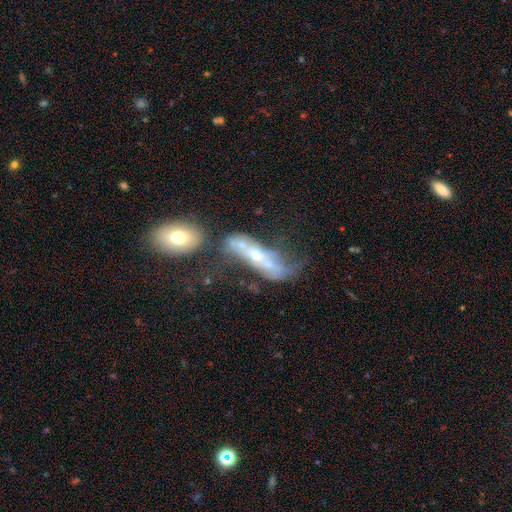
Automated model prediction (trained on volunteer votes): A featured or disk galaxy (59%).

Vote fractions:
- Smooth or featured? featured or disk: 59% / smooth: 30% / star or artifact: 11%
- Edge-on disk? no: 72% / yes: 28%
- Merging? merger: 41% / major disturbance: 23% / none: 21% / minor disturbance: 15%